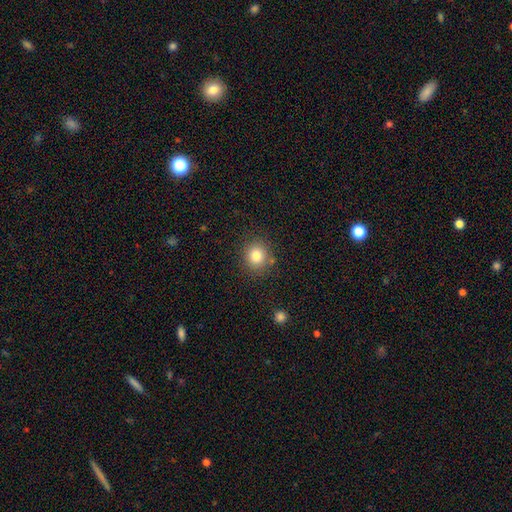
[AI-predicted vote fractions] This appears to be a smooth galaxy with no disk features (81%) that is round (84%). Merging: none (84%).